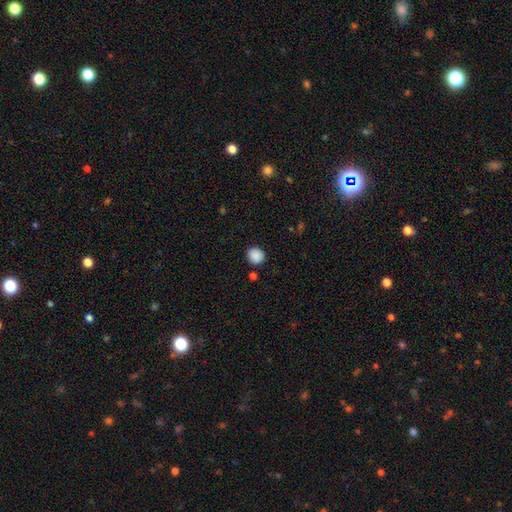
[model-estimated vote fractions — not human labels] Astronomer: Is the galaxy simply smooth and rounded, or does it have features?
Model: smooth — 88%.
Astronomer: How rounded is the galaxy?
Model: round — 87%.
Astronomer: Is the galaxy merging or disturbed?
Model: none — 85%.